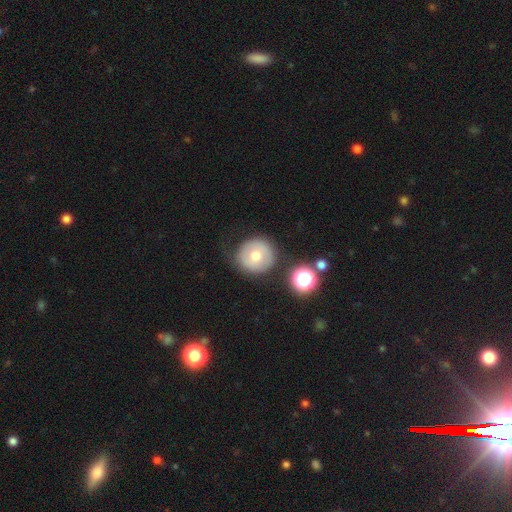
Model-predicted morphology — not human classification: The model was most divided on "smooth or featured": smooth: 65%, featured or disk: 25%, star or artifact: 10%. More confident: how rounded — round (93%); merging — none (78%).